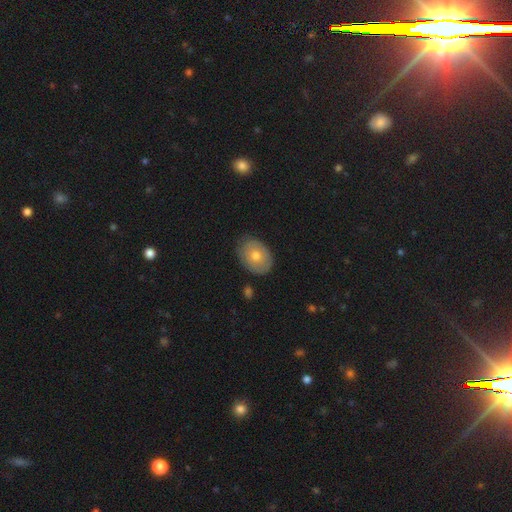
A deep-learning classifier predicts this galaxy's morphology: smooth_or_featured: smooth (p=0.63) [alt: featured or disk p=0.29]
how_rounded: in between (p=0.74) [alt: round p=0.25]
merging: none (p=0.81) [alt: minor disturbance p=0.15]